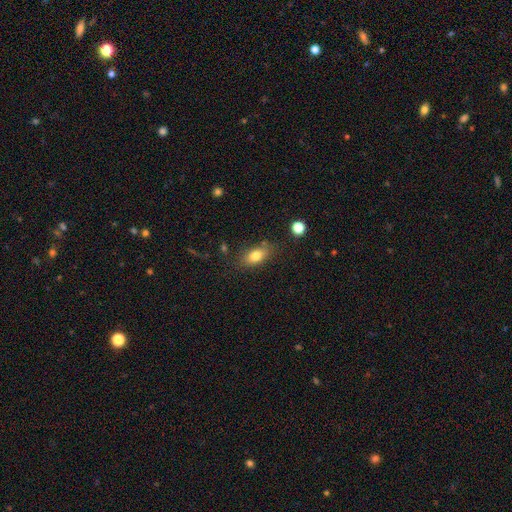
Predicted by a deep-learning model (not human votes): smooth 79%, featured or disk 12%, star or artifact 9%. Down the decision tree: how rounded — in between (84%); merging — none (76%).